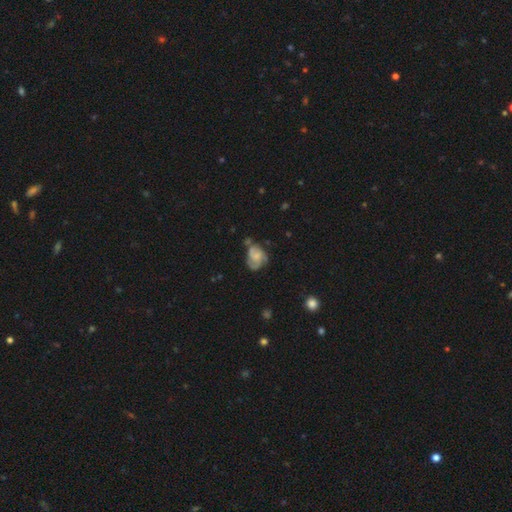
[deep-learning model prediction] Smooth or featured? featured or disk (62%)
Edge-on disk? no (98%)
Bar? no (69%)
Spiral arms? yes (86%)
Spiral winding? medium (42%, tied with tight)
Spiral arm count? 2 (45%)
Bulge size? small (35%)
Merging? none (43%)